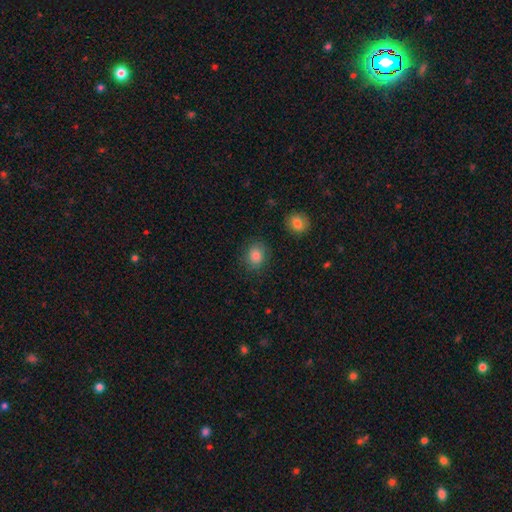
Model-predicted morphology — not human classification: This appears to be a smooth galaxy with no disk features (84%) that is round (68%). Merging: none (83%).